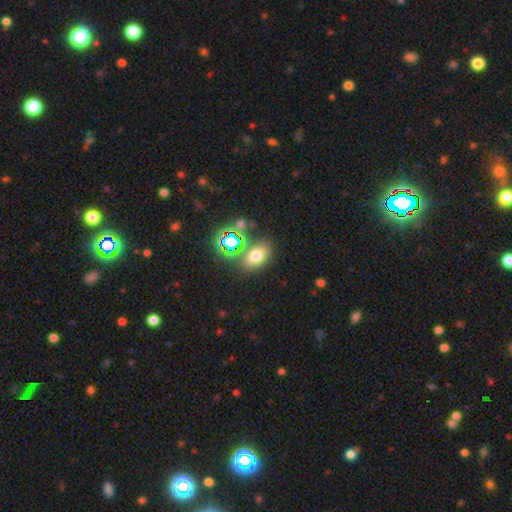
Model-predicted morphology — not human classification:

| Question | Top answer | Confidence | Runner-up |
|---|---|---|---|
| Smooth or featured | smooth | 62% | star or artifact (27%) |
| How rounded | in between | 75% | round (23%) |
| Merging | none | 70% | merger (13%) |